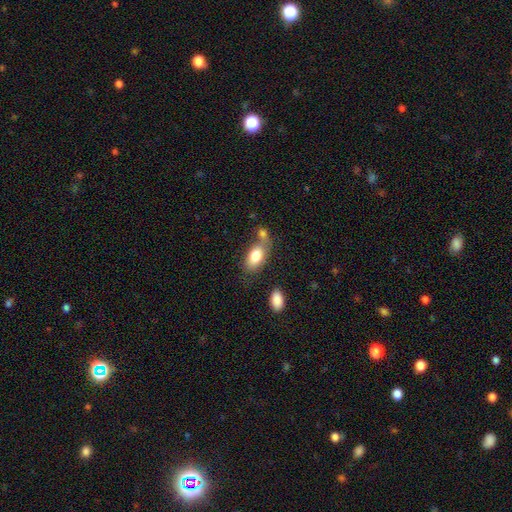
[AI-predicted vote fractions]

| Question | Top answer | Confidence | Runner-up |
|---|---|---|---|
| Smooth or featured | smooth | 80% | featured or disk (13%) |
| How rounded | in between | 92% | round (5%) |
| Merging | none | 47% | merger (29%) |